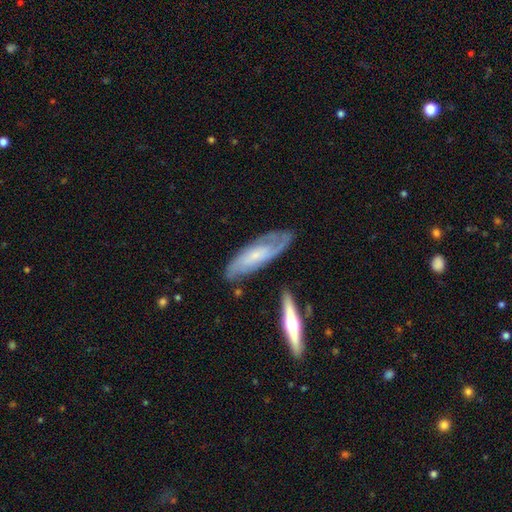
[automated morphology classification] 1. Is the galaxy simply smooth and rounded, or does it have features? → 69% featured or disk, 25% smooth, 6% star or artifact.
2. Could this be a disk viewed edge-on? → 80% no, 20% yes.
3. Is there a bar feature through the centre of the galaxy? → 61% no, 31% weak, 9% strong.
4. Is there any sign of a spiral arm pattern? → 88% yes, 12% no.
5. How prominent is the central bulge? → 67% small, 19% moderate, 10% none, 2% large, 1% dominant.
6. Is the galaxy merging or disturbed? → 63% none, 23% minor disturbance, 9% major disturbance, 4% merger.